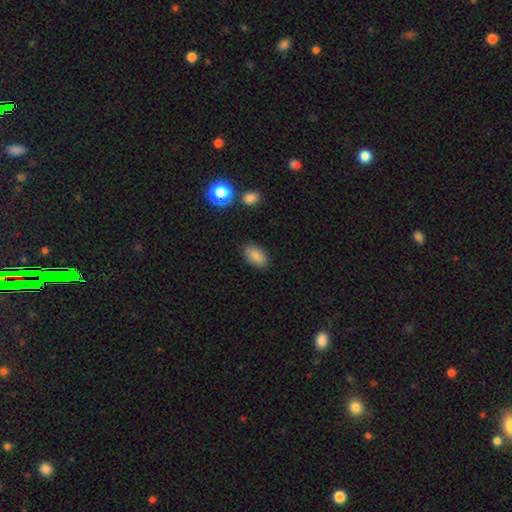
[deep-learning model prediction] smooth-or-featured: smooth: 86% | star or artifact: 9% | featured or disk: 5%
  how-rounded: in between: 92% | round: 5% | cigar-shaped: 3%
  merging: none: 84% | minor disturbance: 12% | major disturbance: 3% | merger: 2%